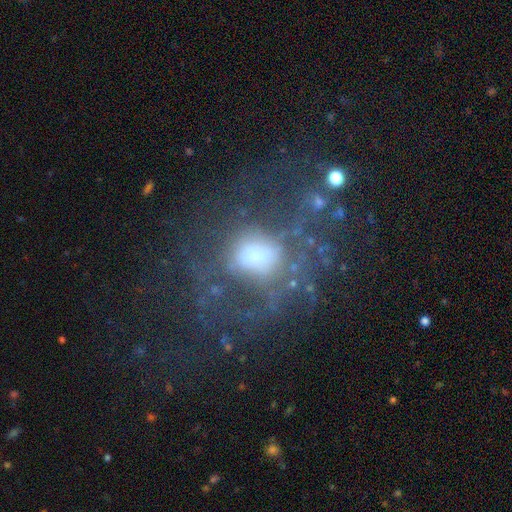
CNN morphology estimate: Overall: featured or disk (48%; smooth 33%). Merging: none (46%; major disturbance 32%).